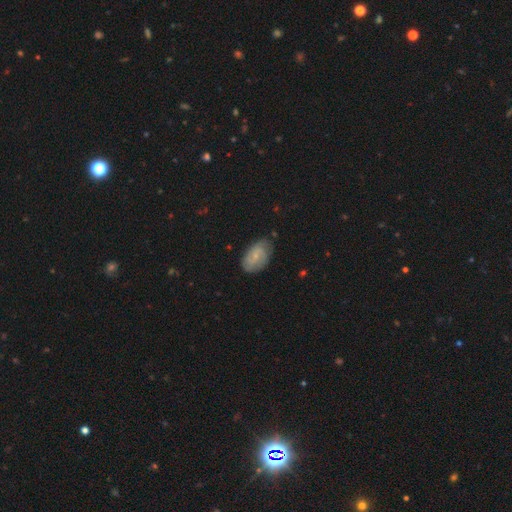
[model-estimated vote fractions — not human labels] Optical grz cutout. It shows a featured or disk galaxy (49%). Merging: none (68%).